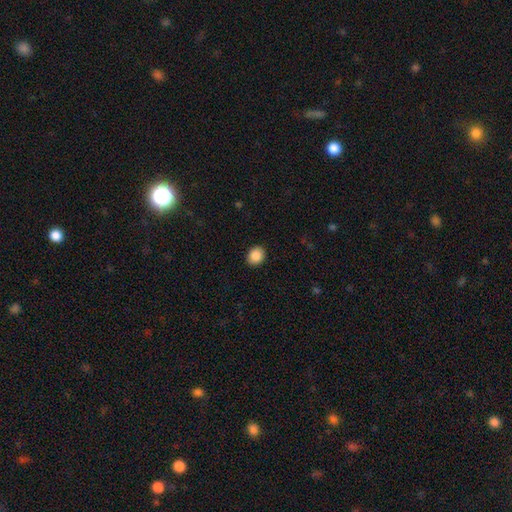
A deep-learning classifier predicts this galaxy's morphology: This is clearly a smooth galaxy (88%). How rounded: possibly round (56%). Merging: clearly none (91%).